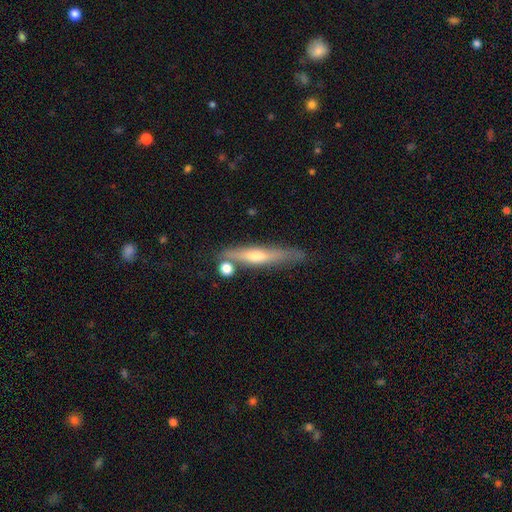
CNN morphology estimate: Smooth or featured?
  - featured or disk: 58% *
  - smooth: 35%
  - star or artifact: 7%
Edge-on disk?
  - yes: 91% *
  - no: 9%
Edge-on bulge?
  - rounded: 80% *
  - none: 13%
  - boxy: 7%
Merging?
  - none: 69% *
  - minor disturbance: 17%
  - merger: 9%
  - major disturbance: 5%